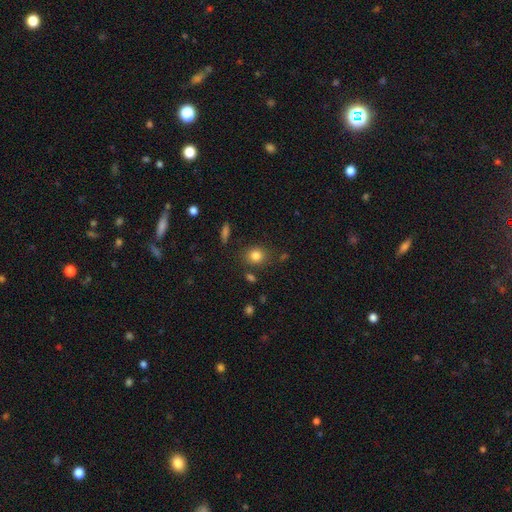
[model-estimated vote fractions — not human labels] Smooth or featured? Predicted: smooth (p=0.82). How rounded? Predicted: round (p=0.70). Merging? Predicted: none (p=0.81).